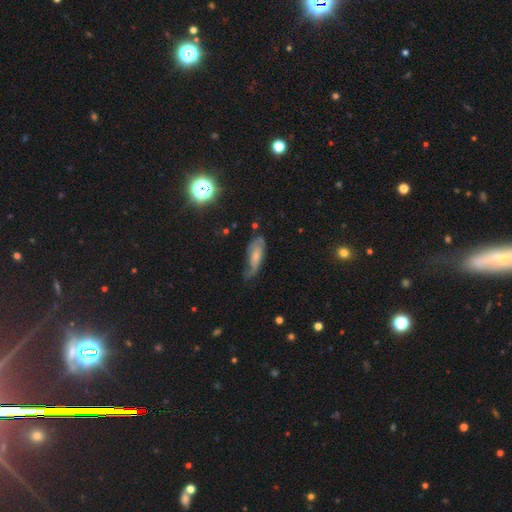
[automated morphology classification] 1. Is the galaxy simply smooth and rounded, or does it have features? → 45% featured or disk, 43% smooth, 12% star or artifact.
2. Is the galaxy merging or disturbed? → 42% none, 34% minor disturbance, 21% major disturbance, 3% merger.